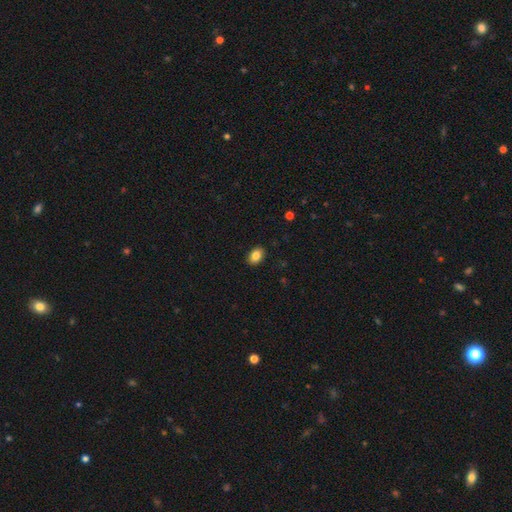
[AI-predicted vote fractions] smooth-or-featured: smooth: 85% | star or artifact: 8% | featured or disk: 6%
  how-rounded: in between: 80% | round: 18% | cigar-shaped: 1%
  merging: none: 89% | minor disturbance: 8% | major disturbance: 2% | merger: 1%